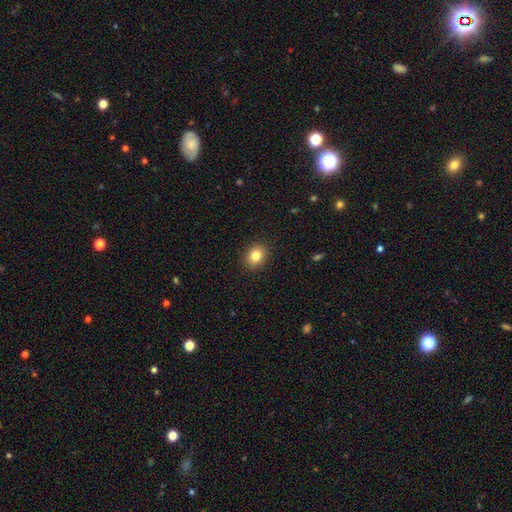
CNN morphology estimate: This is clearly a smooth galaxy (82%). How rounded: possibly round (52%). Merging: clearly none (90%).